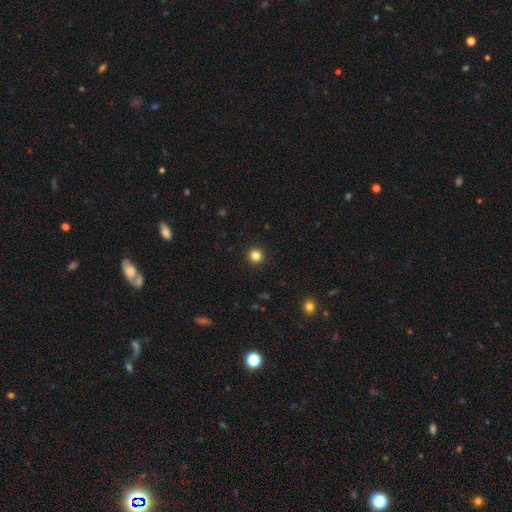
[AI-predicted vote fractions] smooth-or-featured: smooth: 84% | star or artifact: 12% | featured or disk: 4%
  how-rounded: round: 94% | in between: 5% | cigar-shaped: 1%
  merging: none: 93% | minor disturbance: 4% | major disturbance: 2% | merger: 1%